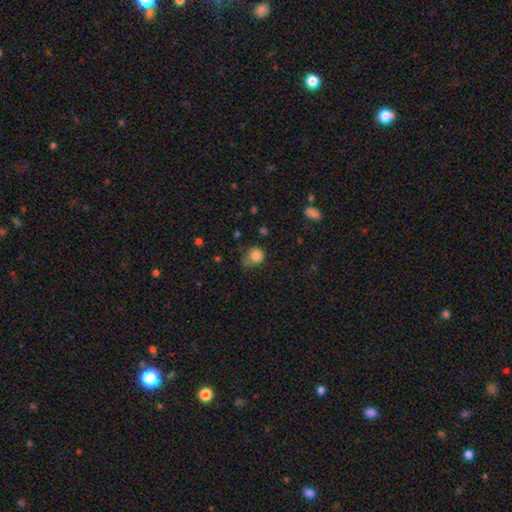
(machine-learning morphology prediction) A smooth galaxy with no disk features (83%) that is round (75%).

Vote fractions:
- Smooth or featured? smooth: 83% / star or artifact: 11% / featured or disk: 6%
- How rounded? round: 75% / in between: 24% / cigar-shaped: 1%
- Merging? none: 48% / minor disturbance: 35% / major disturbance: 14% / merger: 4%